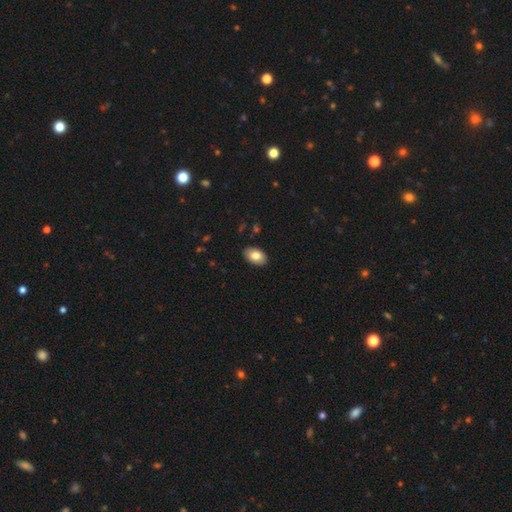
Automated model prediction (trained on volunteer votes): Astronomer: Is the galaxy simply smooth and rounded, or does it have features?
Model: smooth — 82%.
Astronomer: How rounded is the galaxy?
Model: in between — 91%.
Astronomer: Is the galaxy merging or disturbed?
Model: none — 89%.